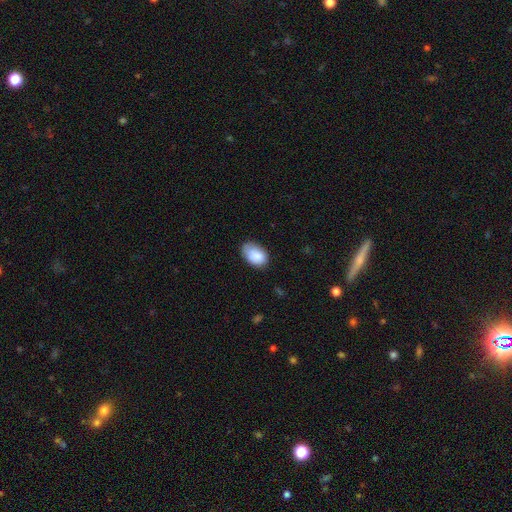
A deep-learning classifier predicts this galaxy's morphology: smooth-or-featured: smooth: 86% | featured or disk: 7% | star or artifact: 7%
  how-rounded: in between: 90% | round: 9% | cigar-shaped: 1%
  merging: none: 66% | minor disturbance: 27% | major disturbance: 5% | merger: 1%